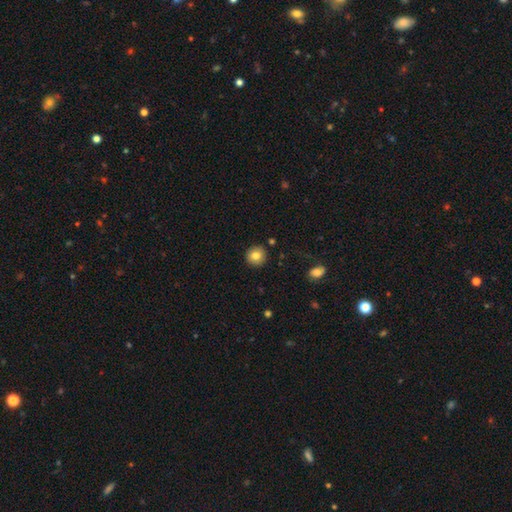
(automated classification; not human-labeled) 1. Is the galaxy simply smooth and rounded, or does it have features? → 81% smooth, 9% featured or disk, 9% star or artifact.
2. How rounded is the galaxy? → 94% round, 5% in between, 1% cigar-shaped.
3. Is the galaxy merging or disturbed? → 91% none, 6% minor disturbance, 2% major disturbance, 2% merger.